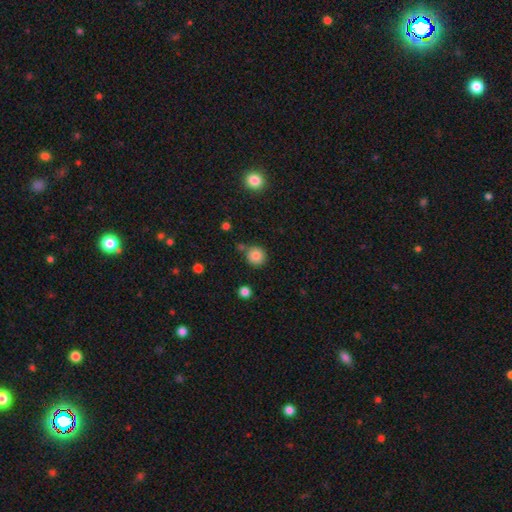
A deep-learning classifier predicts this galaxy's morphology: smooth_or_featured: smooth (p=0.84) [alt: star or artifact p=0.11]
how_rounded: round (p=0.93) [alt: in between p=0.07]
merging: none (p=0.79) [alt: minor disturbance p=0.10]